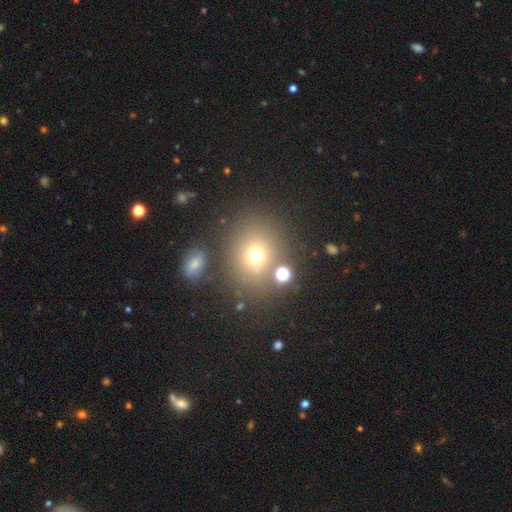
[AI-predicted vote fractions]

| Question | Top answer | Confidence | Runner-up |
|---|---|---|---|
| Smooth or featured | smooth | 68% | star or artifact (18%) |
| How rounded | round | 72% | in between (27%) |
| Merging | none | 73% | minor disturbance (11%) |